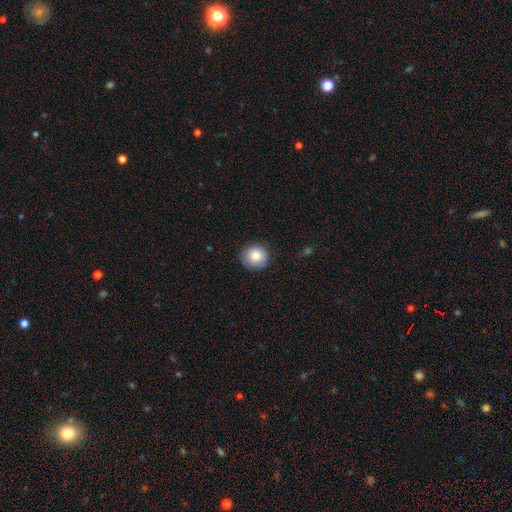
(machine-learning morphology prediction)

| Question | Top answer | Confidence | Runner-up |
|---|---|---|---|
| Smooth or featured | smooth | 82% | featured or disk (10%) |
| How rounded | round | 94% | in between (5%) |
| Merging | none | 86% | minor disturbance (11%) |